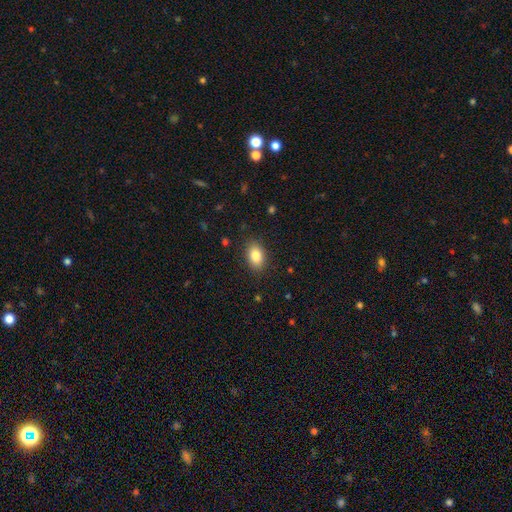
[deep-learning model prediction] Q: Smooth or featured?
A: smooth (85%); runner-up: star or artifact (8%)
Q: How rounded?
A: in between (85%); runner-up: round (13%)
Q: Merging?
A: none (86%); runner-up: minor disturbance (10%)